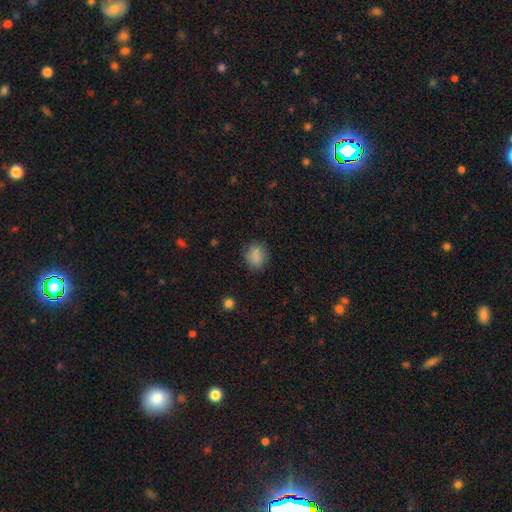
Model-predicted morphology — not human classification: The model was most divided on "how rounded": round: 63%, in between: 36%, cigar-shaped: 1%. More confident: smooth or featured — smooth (86%); merging — none (85%).